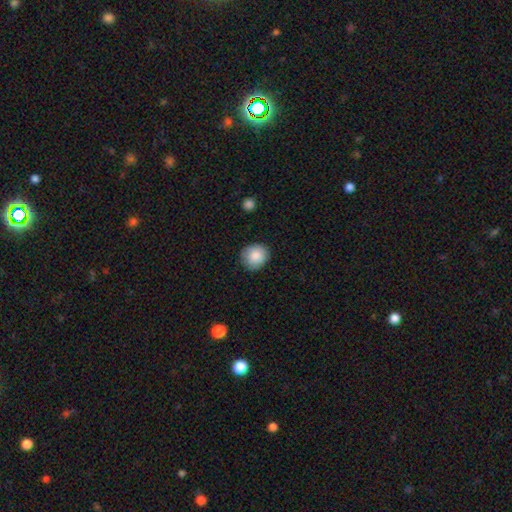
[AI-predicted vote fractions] smooth_or_featured: smooth (p=0.86) [alt: star or artifact p=0.08]
how_rounded: round (p=0.84) [alt: in between p=0.16]
merging: none (p=0.85) [alt: minor disturbance p=0.12]